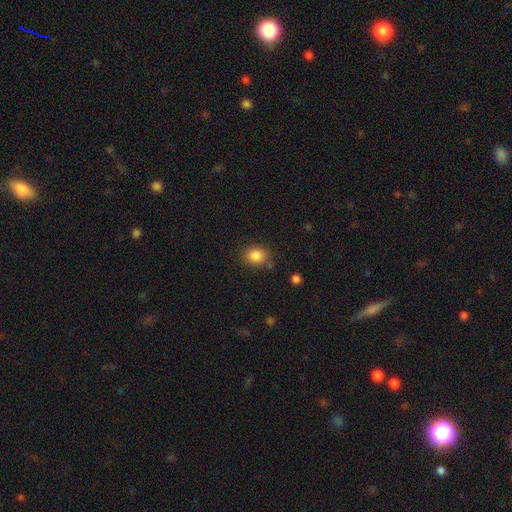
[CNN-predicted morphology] smooth-or-featured: smooth: 86% | star or artifact: 10% | featured or disk: 4%
  how-rounded: round: 63% | in between: 36% | cigar-shaped: 1%
  merging: none: 81% | minor disturbance: 11% | merger: 4% | major disturbance: 4%